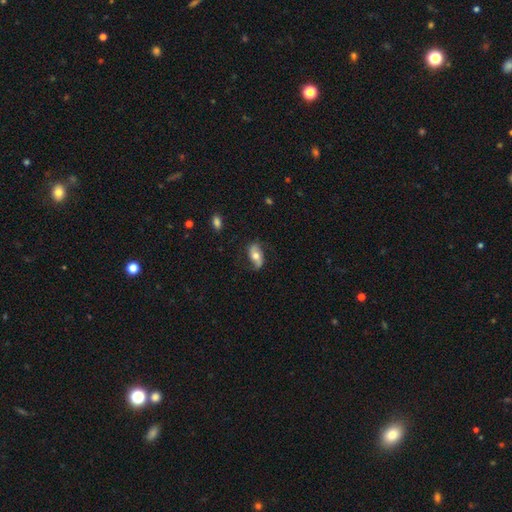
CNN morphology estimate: The model was most divided on "smooth or featured": featured or disk: 49%, smooth: 44%, star or artifact: 7%. More confident: merging — none (66%).